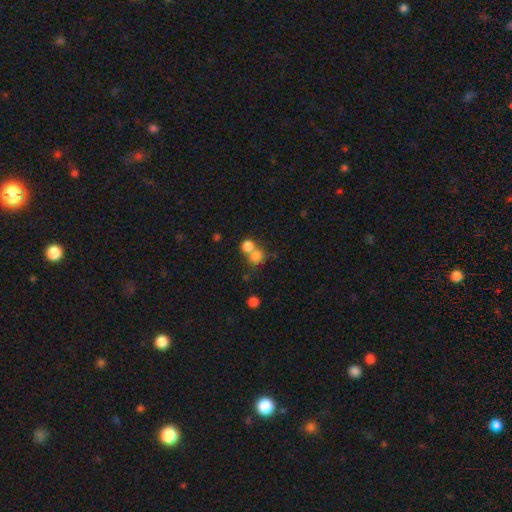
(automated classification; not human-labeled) smooth 77%, star or artifact 13%, featured or disk 10%. Down the decision tree: how rounded — round (80%); merging — merger (48%).